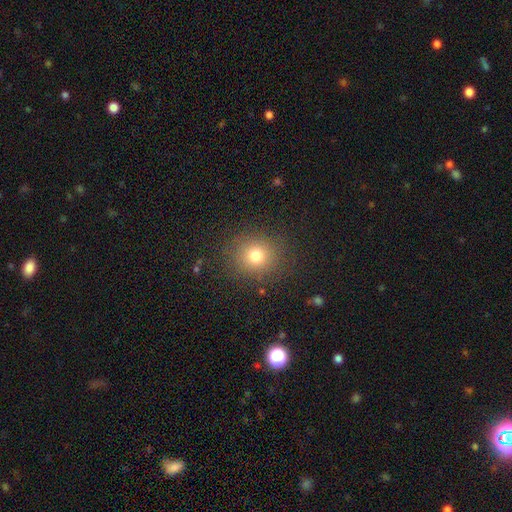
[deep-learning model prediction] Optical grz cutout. It shows a smooth galaxy with no disk features (76%) that is round (81%). Merging: none (86%).